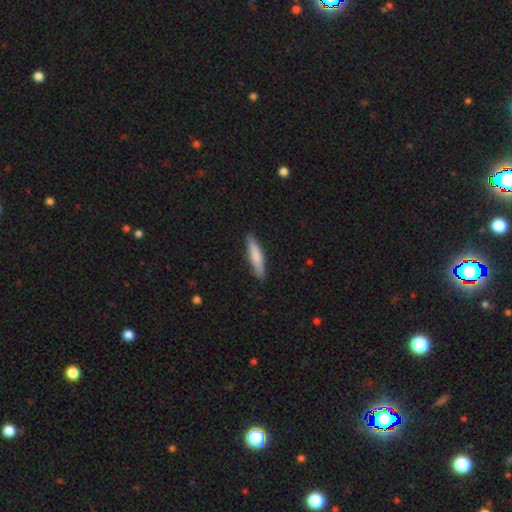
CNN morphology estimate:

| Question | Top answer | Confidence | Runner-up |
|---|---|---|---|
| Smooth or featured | smooth | 76% | featured or disk (18%) |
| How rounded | cigar-shaped | 87% | in between (12%) |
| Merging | none | 89% | minor disturbance (8%) |